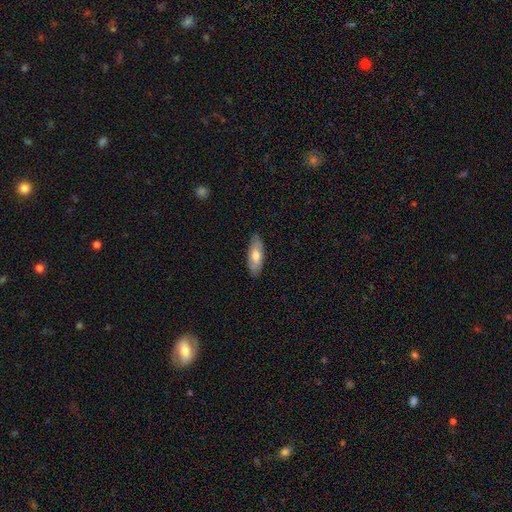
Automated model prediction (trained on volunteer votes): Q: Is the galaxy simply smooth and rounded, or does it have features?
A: smooth — 56%.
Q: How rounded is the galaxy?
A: in between — 82%.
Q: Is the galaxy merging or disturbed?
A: none — 85%.